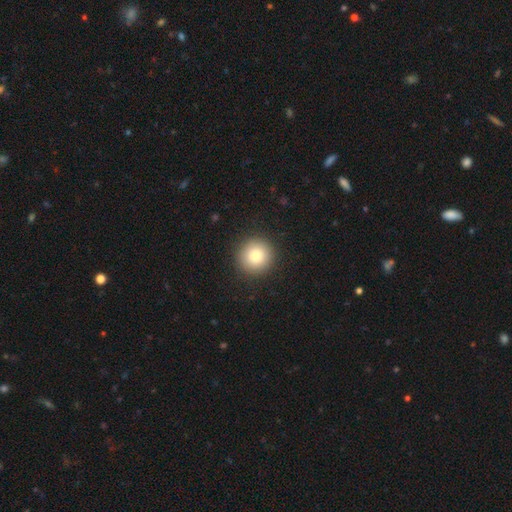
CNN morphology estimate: This is clearly a smooth galaxy (81%). How rounded: clearly round (95%). Merging: clearly none (91%).